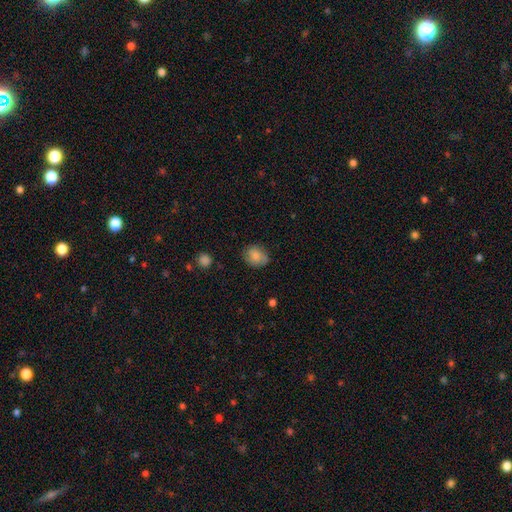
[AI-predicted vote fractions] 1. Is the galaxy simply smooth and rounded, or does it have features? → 77% smooth, 15% featured or disk, 8% star or artifact.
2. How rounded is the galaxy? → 52% in between, 47% round, 1% cigar-shaped.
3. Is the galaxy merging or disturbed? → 71% none, 22% minor disturbance, 5% major disturbance, 1% merger.